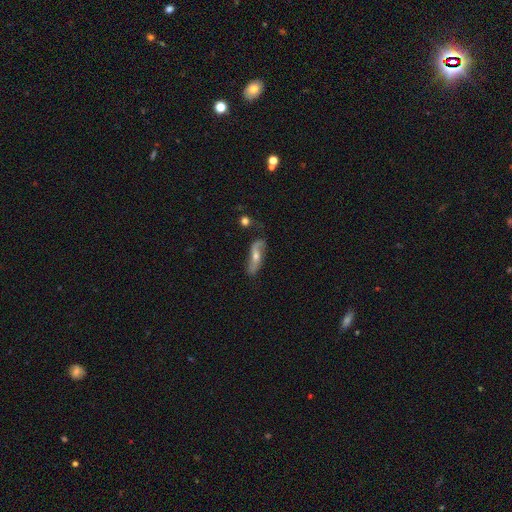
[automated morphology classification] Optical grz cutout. It shows a featured or disk galaxy (71%) with no bar (52%), spiral arms (89%) and a moderate central bulge (59%). Merging: none (67%).